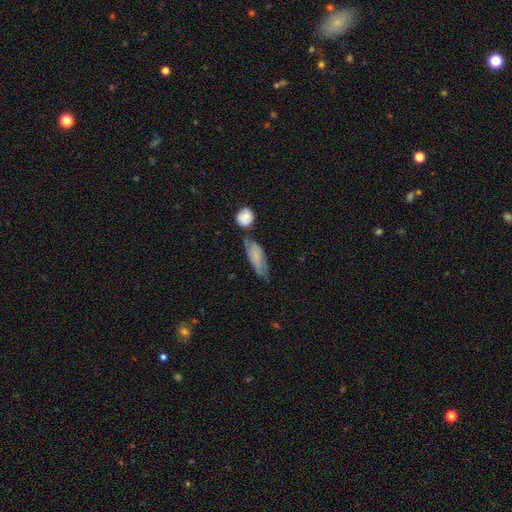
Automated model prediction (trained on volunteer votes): Morphology: type=smooth (66%); roundness=in between (68%); merging=none (47%).